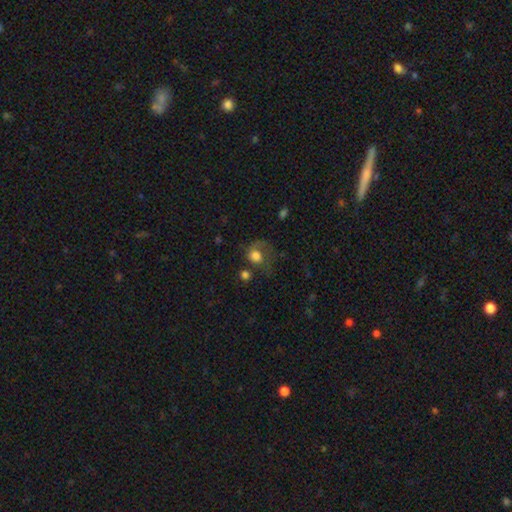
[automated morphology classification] type=smooth (68%); roundness=round (70%); merging=major disturbance (40%).